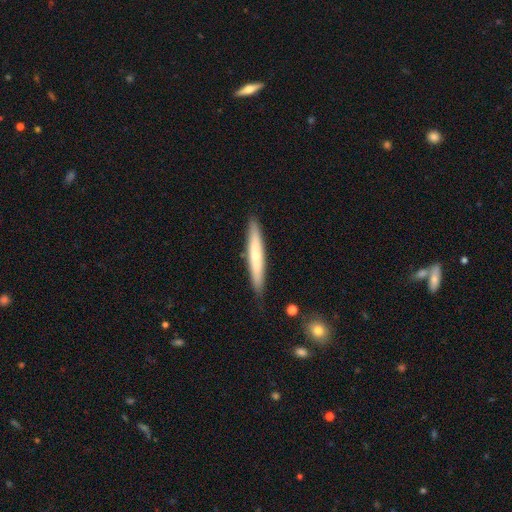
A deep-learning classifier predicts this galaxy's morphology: Smooth or featured: smooth — 57% (featured or disk — 37%)
How rounded: cigar-shaped — 94% (in between — 5%)
Merging: none — 86% (minor disturbance — 11%)